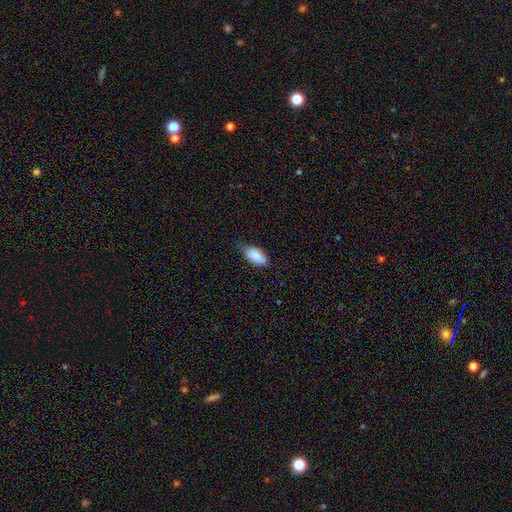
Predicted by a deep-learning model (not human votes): Smooth or featured?
  - smooth: 86% *
  - featured or disk: 8%
  - star or artifact: 7%
How rounded?
  - in between: 92% *
  - cigar-shaped: 5%
  - round: 3%
Merging?
  - none: 57% *
  - minor disturbance: 36%
  - major disturbance: 6%
  - merger: 1%